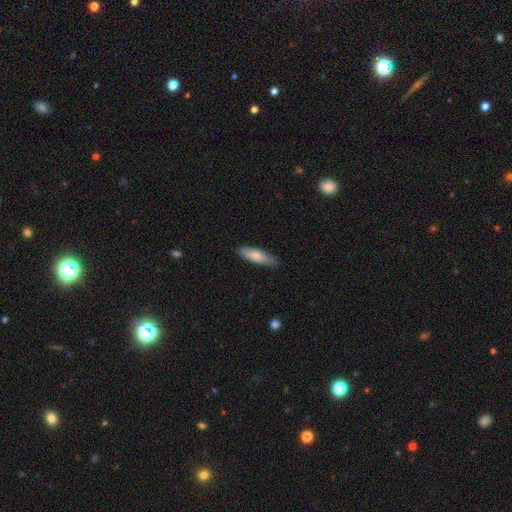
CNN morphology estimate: A smooth galaxy with no disk features (72%) that is cigar-shaped (59%). Merging: none (83%).